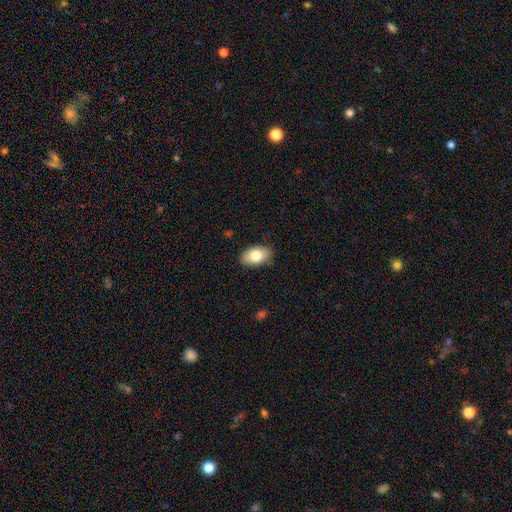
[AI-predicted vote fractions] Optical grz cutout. It shows a smooth galaxy with no disk features (81%) that is in between round and cigar-shaped (93%). Merging: none (85%).